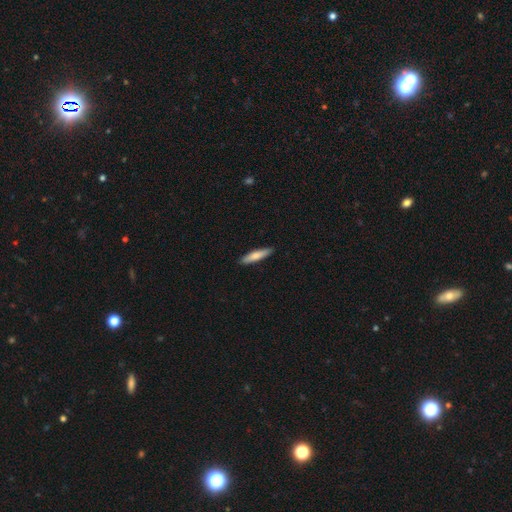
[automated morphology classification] smooth_or_featured: smooth (p=0.74) [alt: featured or disk p=0.21]
how_rounded: cigar-shaped (p=0.84) [alt: in between p=0.14]
merging: none (p=0.90) [alt: minor disturbance p=0.07]